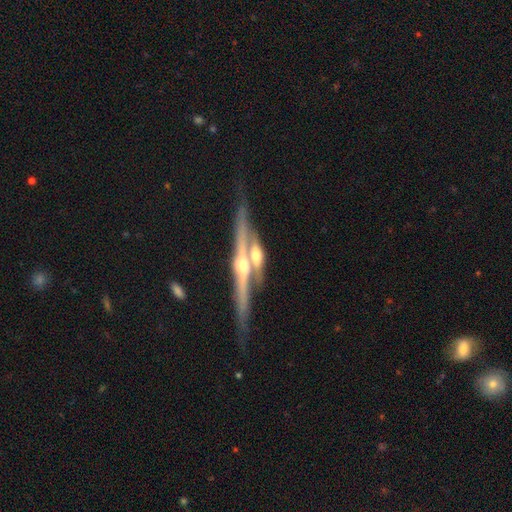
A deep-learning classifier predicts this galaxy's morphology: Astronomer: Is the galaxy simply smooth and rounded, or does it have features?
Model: featured or disk — 81%.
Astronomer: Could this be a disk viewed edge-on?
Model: yes — 93%.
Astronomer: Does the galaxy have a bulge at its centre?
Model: rounded — 90%.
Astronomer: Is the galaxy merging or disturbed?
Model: none — 48% (runner-up: merger, 35%).